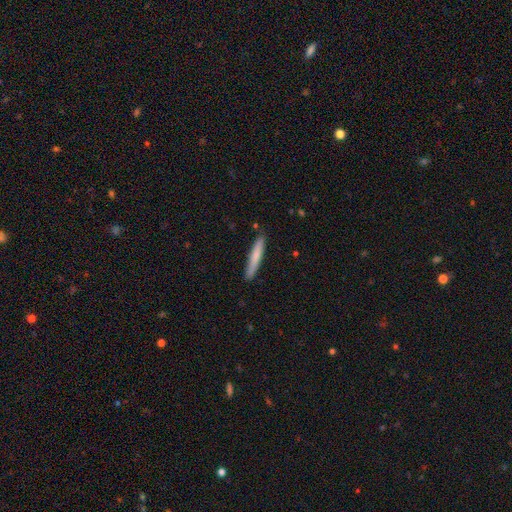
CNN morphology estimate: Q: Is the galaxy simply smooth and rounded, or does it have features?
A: smooth — 74%.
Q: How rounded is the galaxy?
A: cigar-shaped — 95%.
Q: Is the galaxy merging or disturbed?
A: none — 88%.